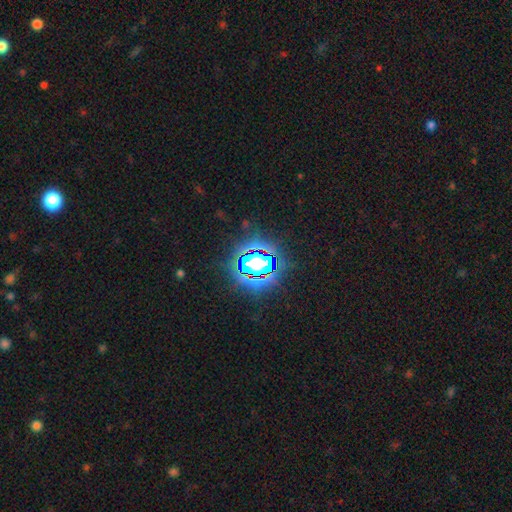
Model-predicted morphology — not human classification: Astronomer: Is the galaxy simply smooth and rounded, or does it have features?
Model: star or artifact — 73%.